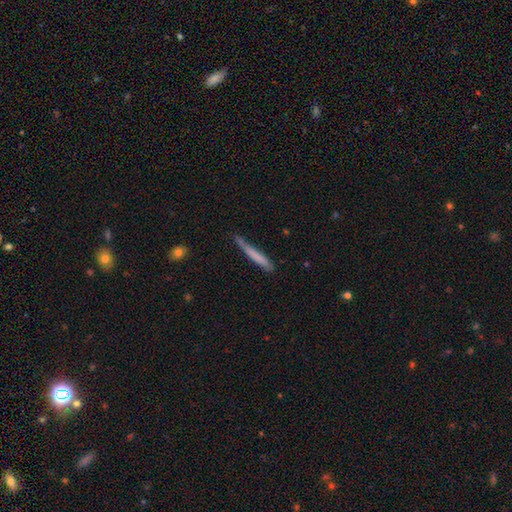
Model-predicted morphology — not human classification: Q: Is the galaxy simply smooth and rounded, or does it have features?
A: smooth — 69%.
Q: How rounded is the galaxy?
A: cigar-shaped — 96%.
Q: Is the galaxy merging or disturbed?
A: none — 68%.